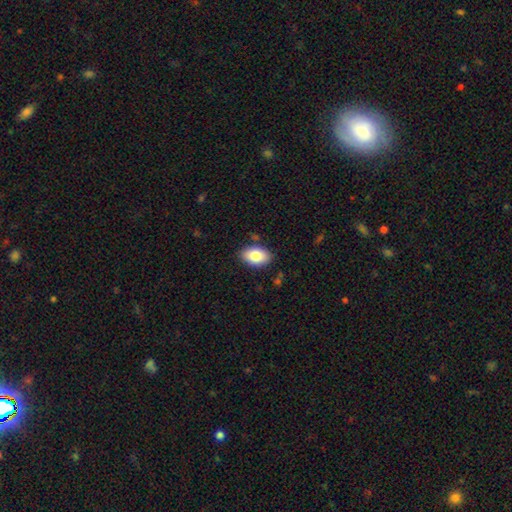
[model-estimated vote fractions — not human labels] This is clearly a smooth galaxy (82%). How rounded: clearly in between (90%). Merging: clearly none (85%).